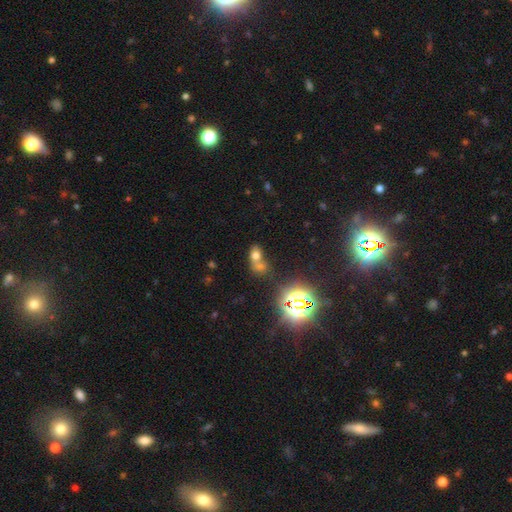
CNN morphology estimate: A smooth galaxy with no disk features (58%) that is in between round and cigar-shaped (62%). Merging: merger (62%).